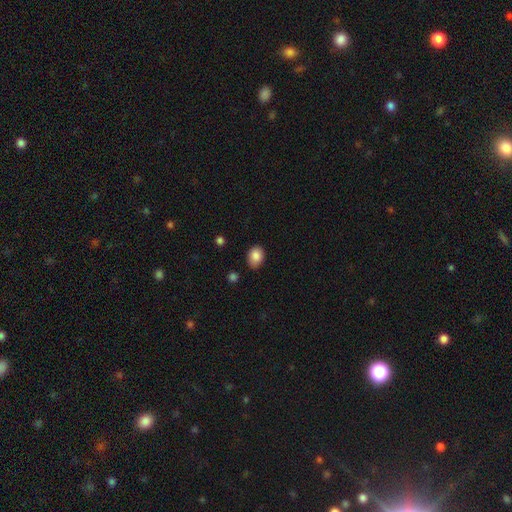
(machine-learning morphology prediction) The model was most divided on "how rounded": in between: 66%, round: 33%, cigar-shaped: 1%. More confident: smooth or featured — smooth (86%); merging — none (78%).